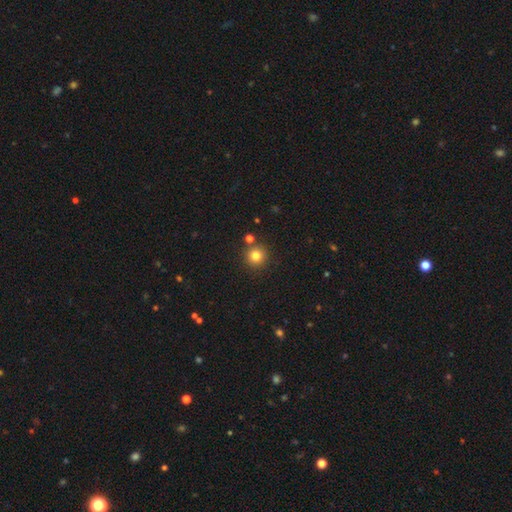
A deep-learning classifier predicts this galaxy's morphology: Q: Smooth or featured?
A: smooth (80%); runner-up: star or artifact (13%)
Q: How rounded?
A: round (95%); runner-up: in between (4%)
Q: Merging?
A: none (85%); runner-up: merger (7%)